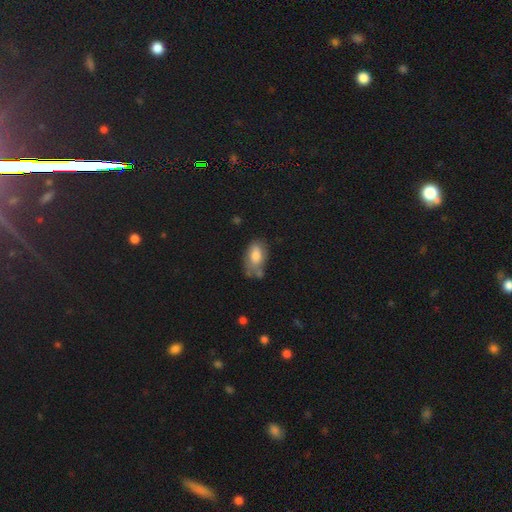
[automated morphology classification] smooth-or-featured: smooth: 76% | featured or disk: 17% | star or artifact: 7%
  how-rounded: in between: 91% | round: 6% | cigar-shaped: 3%
  merging: none: 48% | minor disturbance: 31% | merger: 10% | major disturbance: 10%